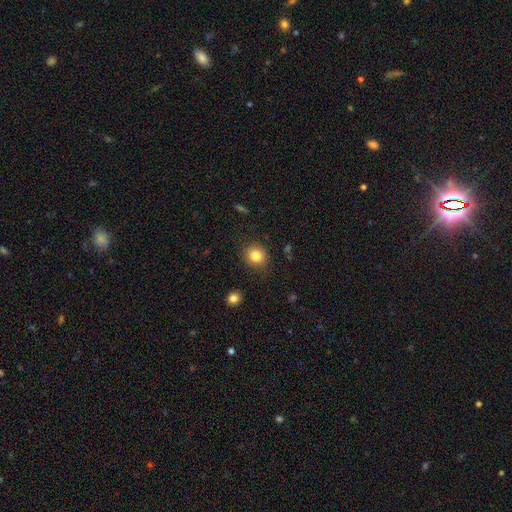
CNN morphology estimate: This is clearly a smooth galaxy (83%). How rounded: clearly round (87%). Merging: clearly none (86%).